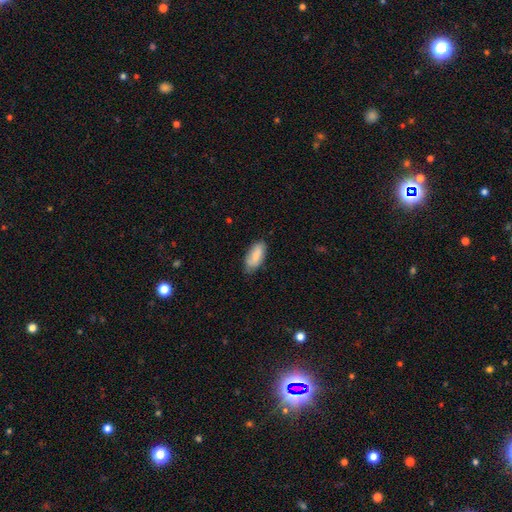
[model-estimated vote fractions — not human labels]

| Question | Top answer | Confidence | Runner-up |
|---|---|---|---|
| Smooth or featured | smooth | 76% | featured or disk (18%) |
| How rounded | in between | 88% | cigar-shaped (10%) |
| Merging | none | 73% | minor disturbance (22%) |